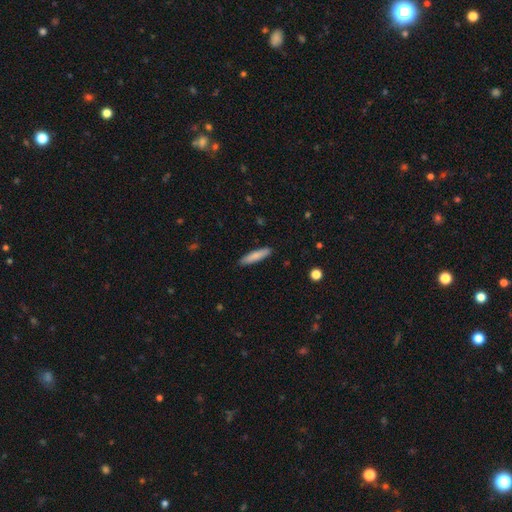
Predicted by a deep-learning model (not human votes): This is clearly a smooth galaxy (82%). How rounded: clearly cigar-shaped (85%). Merging: clearly none (89%).